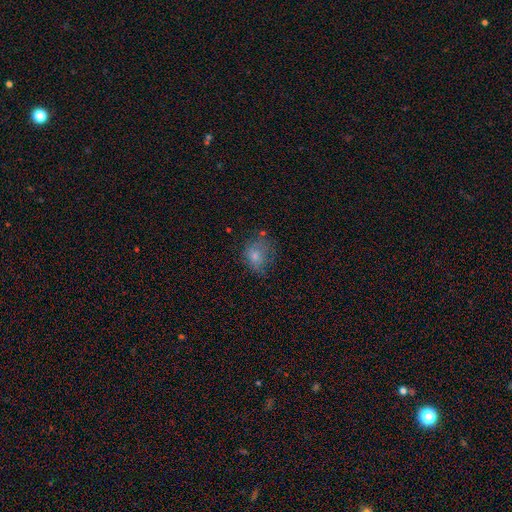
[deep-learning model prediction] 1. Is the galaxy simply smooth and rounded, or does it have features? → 72% smooth, 15% featured or disk, 13% star or artifact.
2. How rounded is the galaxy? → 55% round, 44% in between, 1% cigar-shaped.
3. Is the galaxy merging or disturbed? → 51% none, 27% minor disturbance, 18% major disturbance, 4% merger.